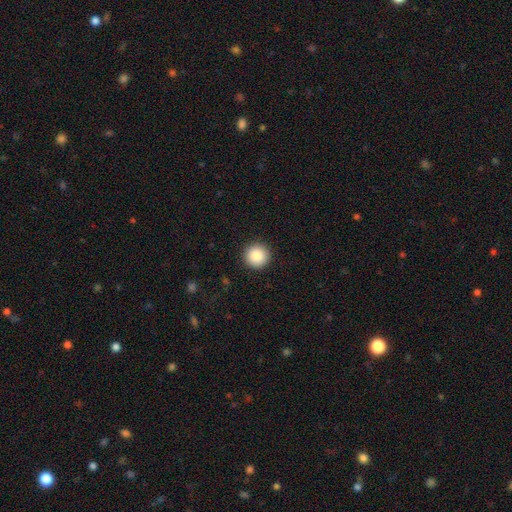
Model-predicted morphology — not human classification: Smooth or featured?
  - smooth: 88% *
  - star or artifact: 9%
  - featured or disk: 4%
How rounded?
  - round: 96% *
  - in between: 3%
  - cigar-shaped: 1%
Merging?
  - none: 93% *
  - minor disturbance: 5%
  - major disturbance: 2%
  - merger: 1%